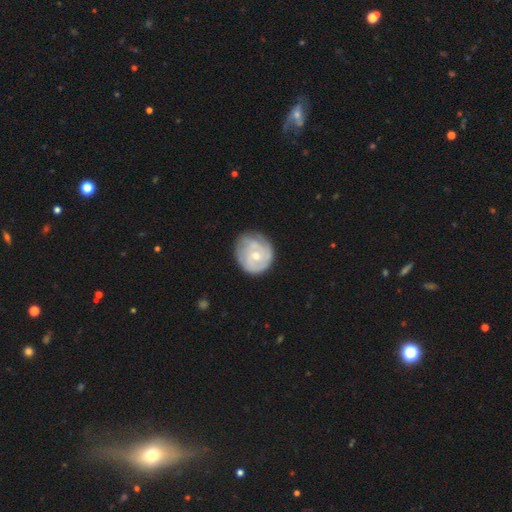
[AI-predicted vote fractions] Smooth or featured? featured or disk (59%)
Edge-on disk? no (98%)
Bar? no (78%)
Spiral arms? yes (72%)
Bulge size? moderate (48%)
Merging? none (63%)